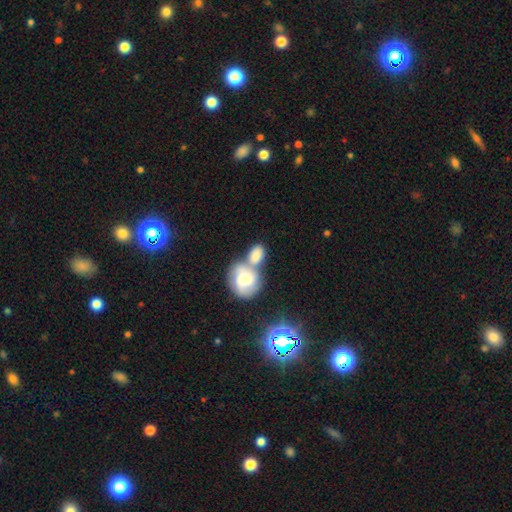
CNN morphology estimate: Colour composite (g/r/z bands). It shows a smooth galaxy with no disk features (67%) that is in between round and cigar-shaped (61%). Merging: merger (63%).